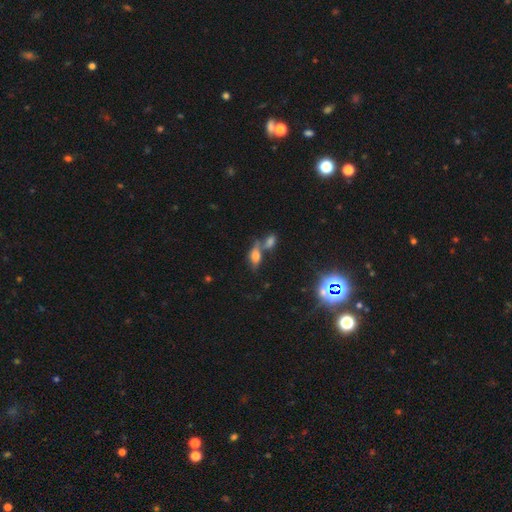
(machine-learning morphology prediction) Smooth or featured? smooth (56%)
How rounded? in between (76%)
Merging? none (41%, tied with merger)